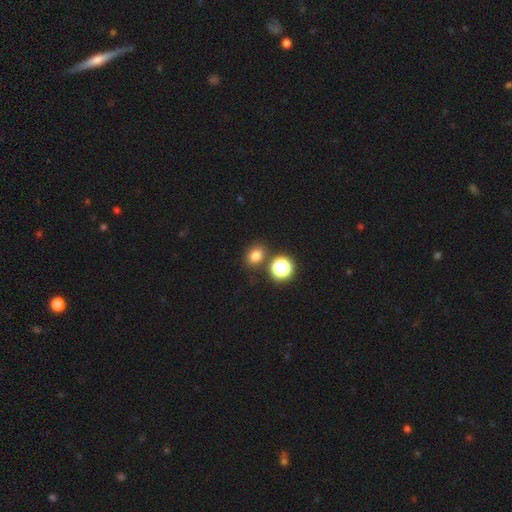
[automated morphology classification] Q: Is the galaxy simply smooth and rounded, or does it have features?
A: smooth — 77%.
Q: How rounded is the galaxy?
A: round — 53%.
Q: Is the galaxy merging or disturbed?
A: none — 79%.